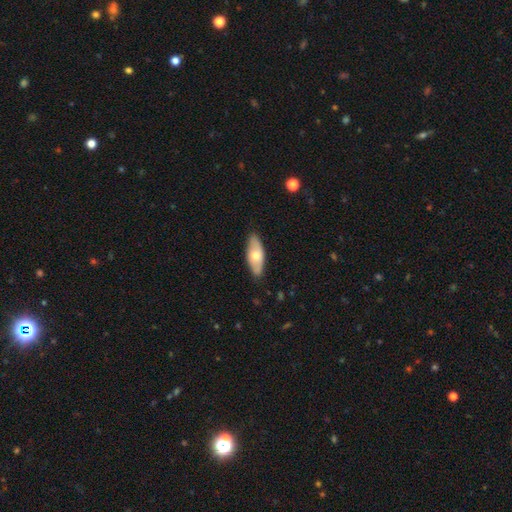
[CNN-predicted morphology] Overall: smooth (60%; featured or disk 35%). How rounded: in between (80%). Merging: none (84%).